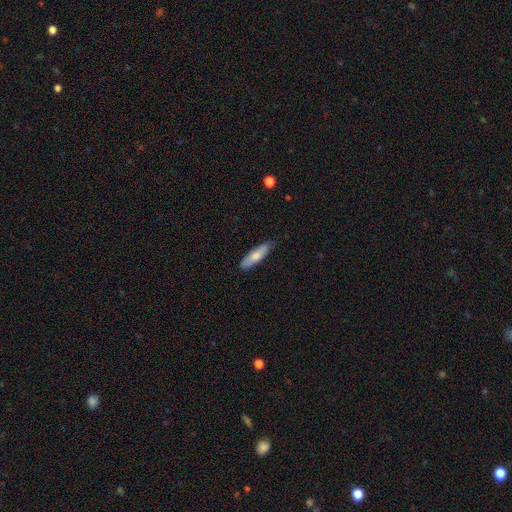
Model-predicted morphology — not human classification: smooth-or-featured: smooth: 73% | featured or disk: 22% | star or artifact: 5%
  how-rounded: cigar-shaped: 68% | in between: 30% | round: 2%
  merging: none: 81% | minor disturbance: 15% | major disturbance: 2% | merger: 1%